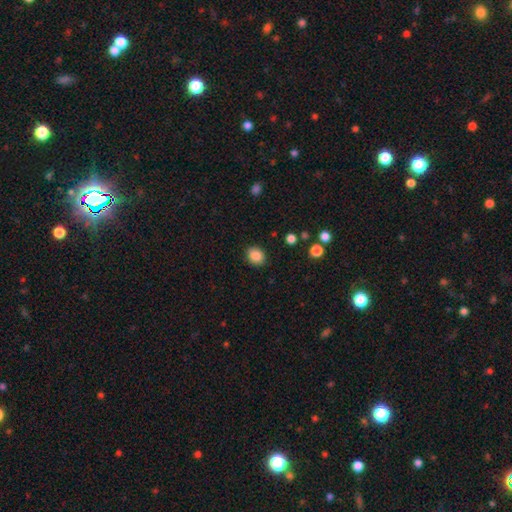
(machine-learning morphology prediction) smooth 86%, star or artifact 10%, featured or disk 4%. Down the decision tree: how rounded — round (59%); merging — none (87%).